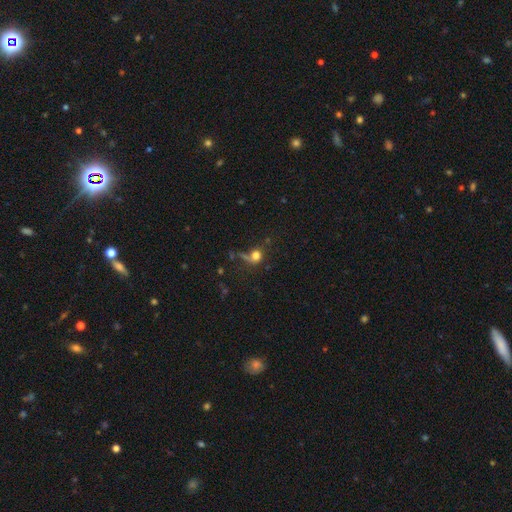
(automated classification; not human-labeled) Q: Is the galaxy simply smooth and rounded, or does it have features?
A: smooth — 70%.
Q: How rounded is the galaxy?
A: round — 71%.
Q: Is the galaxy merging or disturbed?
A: none — 41%.